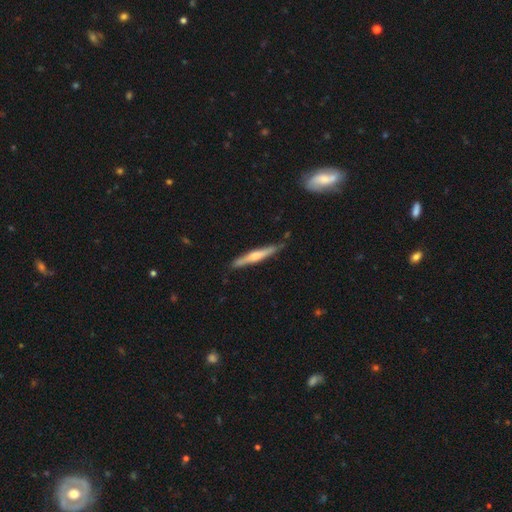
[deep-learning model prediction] featured or disk 50%, smooth 45%, star or artifact 5%. Down the decision tree: merging — none (82%).